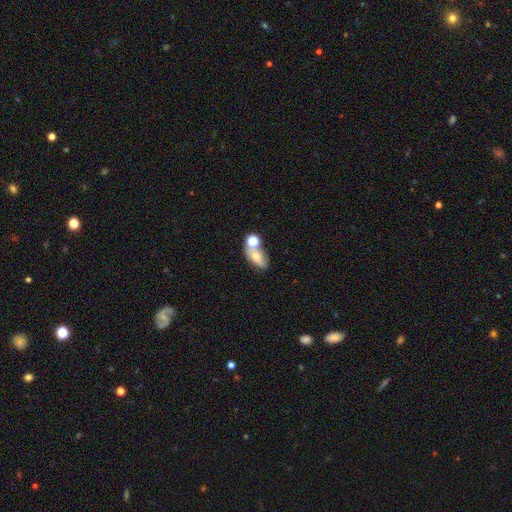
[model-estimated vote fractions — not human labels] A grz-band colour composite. It shows a smooth galaxy with no disk features (62%) that is in between round and cigar-shaped (79%). Merging: none (39%).